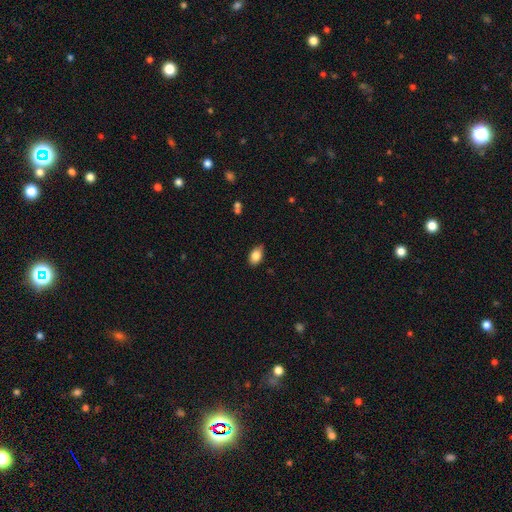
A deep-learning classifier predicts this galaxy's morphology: smooth_or_featured: smooth (p=0.85) [alt: featured or disk p=0.08]
how_rounded: in between (p=0.89) [alt: round p=0.09]
merging: none (p=0.78) [alt: minor disturbance p=0.18]